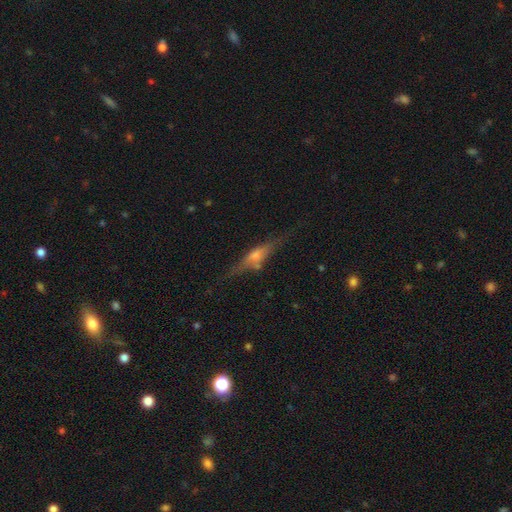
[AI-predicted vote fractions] Smooth or featured? featured or disk (67%)
Edge-on disk? yes (93%)
Edge-on bulge? rounded (78%)
Merging? none (75%)